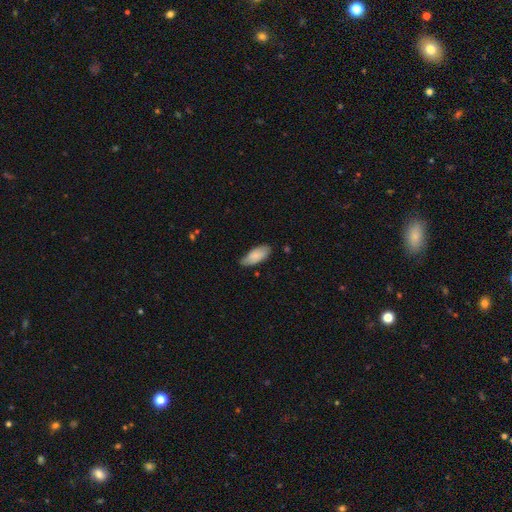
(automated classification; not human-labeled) The model was most divided on "merging": none: 69%, minor disturbance: 25%, major disturbance: 4%, merger: 2%. More confident: how rounded — in between (84%); smooth or featured — smooth (81%).